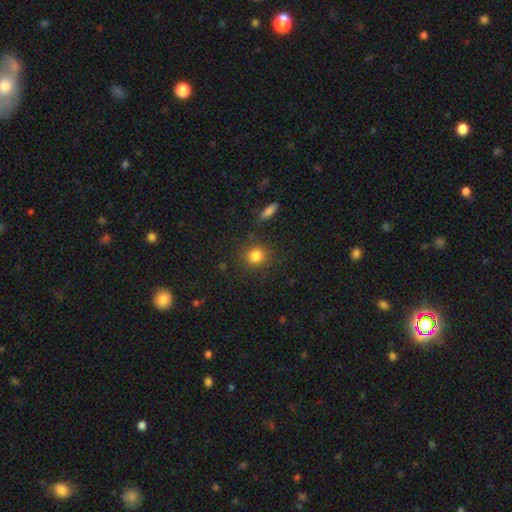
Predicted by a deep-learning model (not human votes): This is clearly a smooth galaxy (83%). How rounded: clearly round (85%). Merging: clearly none (84%).